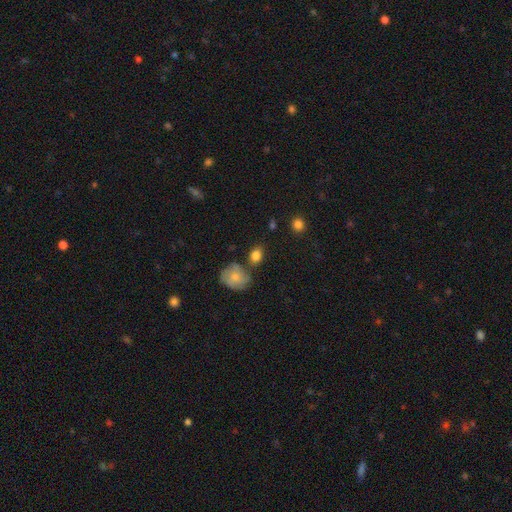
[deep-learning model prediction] The model was most divided on "how rounded": in between: 56%, round: 42%, cigar-shaped: 2%. More confident: smooth or featured — smooth (83%); merging — none (70%).